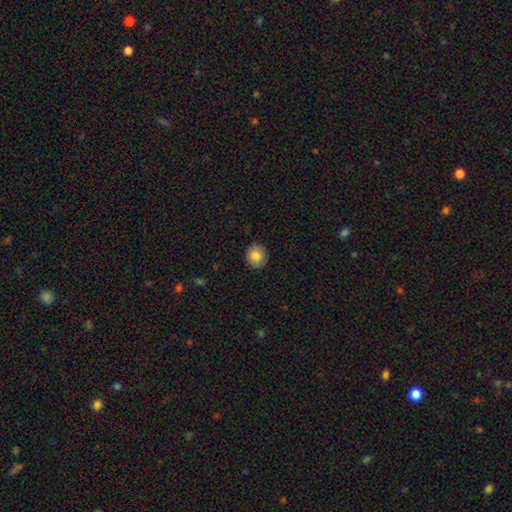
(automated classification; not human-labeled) This is clearly a smooth galaxy (84%). How rounded: likely round (80%). Merging: clearly none (89%).